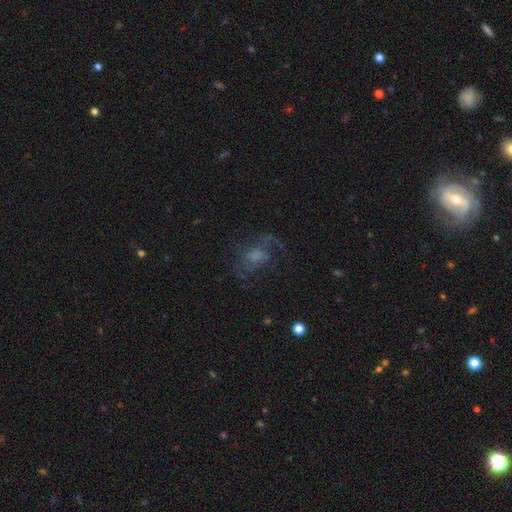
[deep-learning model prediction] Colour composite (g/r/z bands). It shows a featured or disk galaxy (53%) with no bar (65%), spiral arms (67%) and a moderate central bulge (31%). Merging: none (48%).